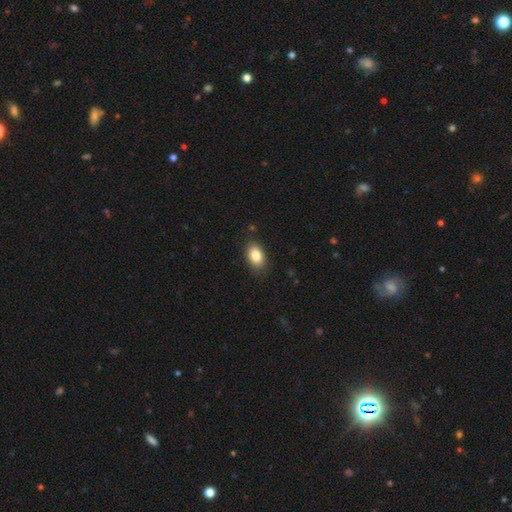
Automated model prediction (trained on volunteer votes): Smooth or featured?
  - smooth: 85% *
  - star or artifact: 8%
  - featured or disk: 7%
How rounded?
  - in between: 88% *
  - round: 10%
  - cigar-shaped: 2%
Merging?
  - none: 86% *
  - minor disturbance: 11%
  - major disturbance: 2%
  - merger: 1%